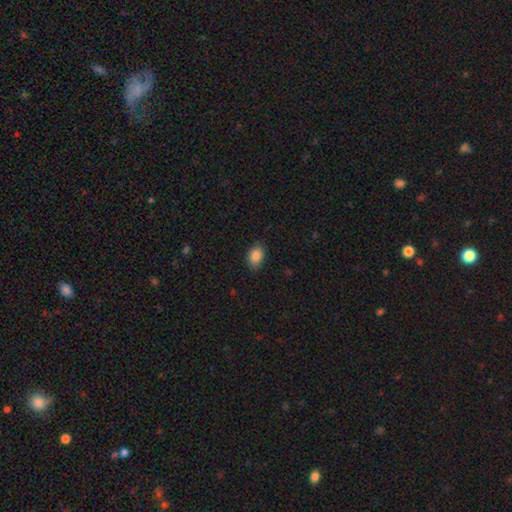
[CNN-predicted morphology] type=smooth (87%); roundness=in between (81%); merging=none (82%).